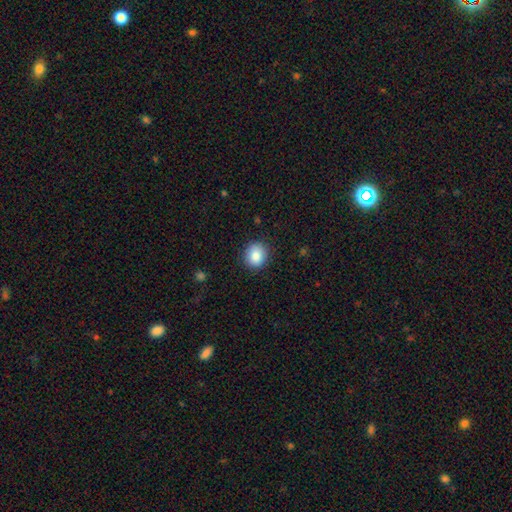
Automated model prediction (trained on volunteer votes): Smooth or featured? Predicted: smooth (p=0.86). How rounded? Predicted: round (p=0.82). Merging? Predicted: none (p=0.88).